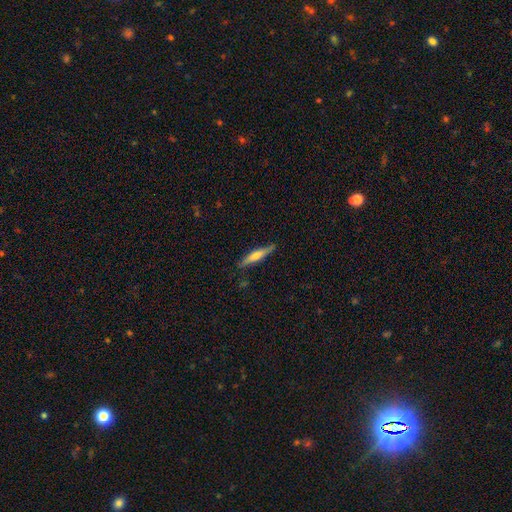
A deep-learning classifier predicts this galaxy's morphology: A smooth galaxy with no disk features (48%).

Vote fractions:
- Smooth or featured? smooth: 48% / featured or disk: 46% / star or artifact: 6%
- Merging? none: 86% / minor disturbance: 11% / major disturbance: 2% / merger: 1%